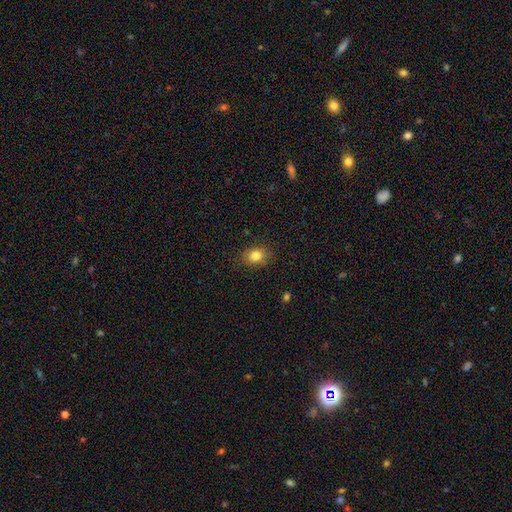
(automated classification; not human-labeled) The model was most divided on "how rounded": in between: 54%, round: 45%, cigar-shaped: 1%. More confident: merging — none (84%); smooth or featured — smooth (82%).